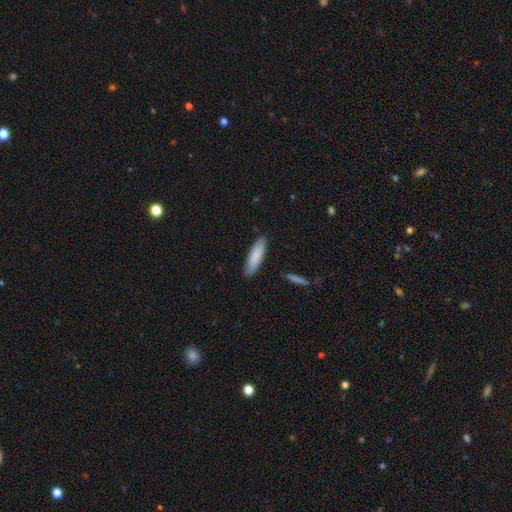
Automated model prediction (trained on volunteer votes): Morphology: type=smooth (84%); roundness=cigar-shaped (65%); merging=none (85%).